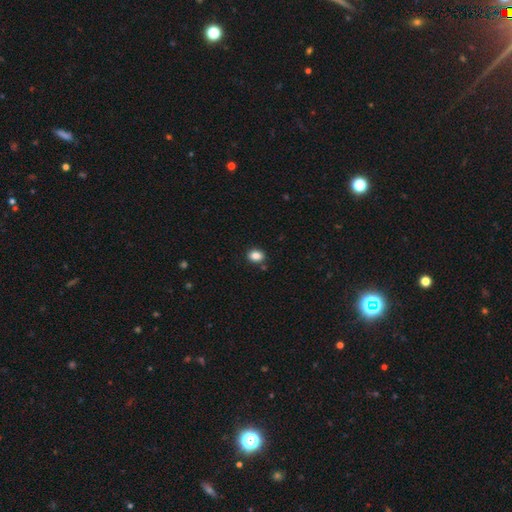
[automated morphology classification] This is clearly a smooth galaxy (86%). How rounded: possibly in between (54%). Merging: clearly none (85%).